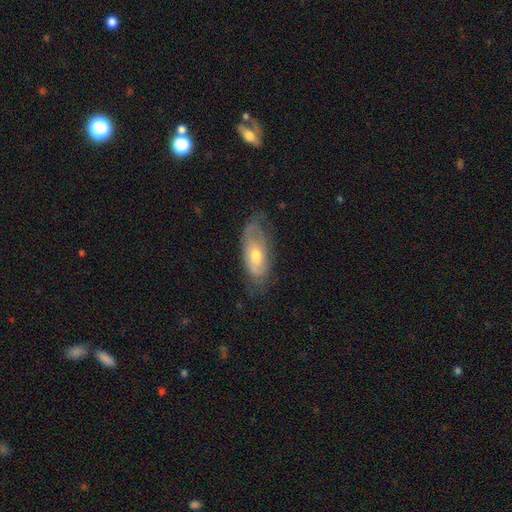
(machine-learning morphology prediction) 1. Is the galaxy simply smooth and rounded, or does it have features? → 53% featured or disk, 41% smooth, 6% star or artifact.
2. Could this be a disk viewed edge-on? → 83% no, 17% yes.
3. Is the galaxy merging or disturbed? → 57% none, 30% minor disturbance, 12% major disturbance, 1% merger.